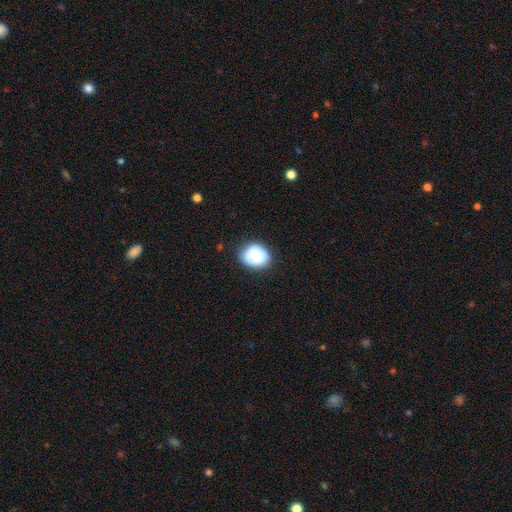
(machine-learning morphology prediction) Smooth or featured? smooth (74%)
How rounded? round (60%)
Merging? none (78%)